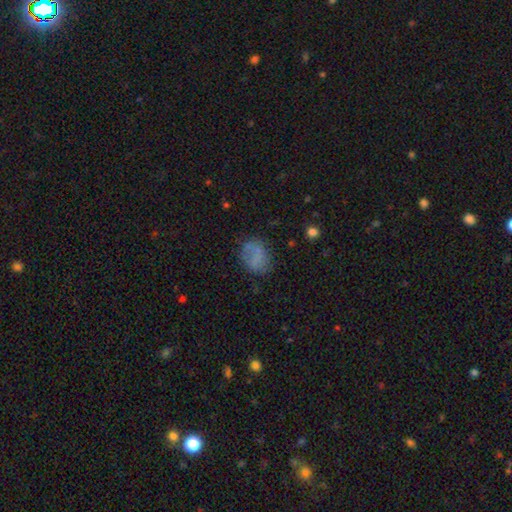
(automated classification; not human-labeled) smooth_or_featured: smooth (p=0.64) [alt: featured or disk p=0.22]
how_rounded: in between (p=0.58) [alt: round p=0.40]
merging: none (p=0.60) [alt: minor disturbance p=0.22]